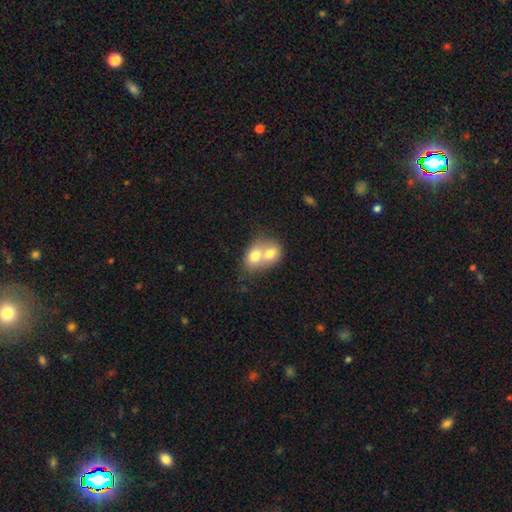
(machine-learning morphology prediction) Q: Smooth or featured?
A: smooth (69%); runner-up: featured or disk (23%)
Q: How rounded?
A: in between (51%); runner-up: round (48%)
Q: Merging?
A: merger (78%); runner-up: none (14%)